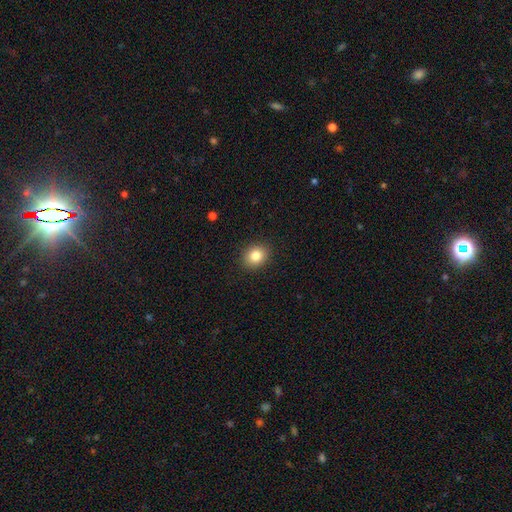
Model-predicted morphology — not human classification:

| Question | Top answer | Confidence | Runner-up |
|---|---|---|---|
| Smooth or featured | smooth | 83% | star or artifact (10%) |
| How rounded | round | 61% | in between (38%) |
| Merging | none | 90% | minor disturbance (7%) |